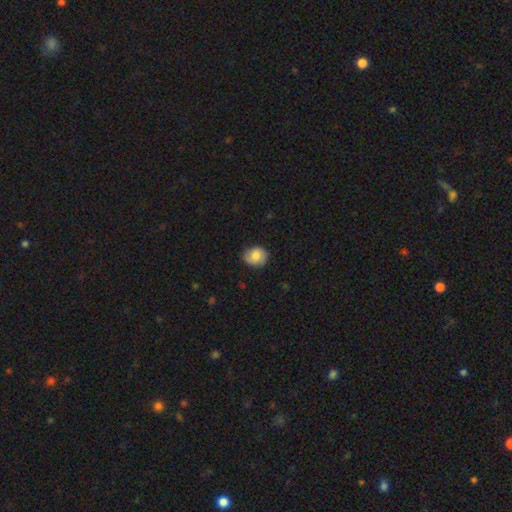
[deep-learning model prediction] smooth_or_featured: smooth (p=0.76) [alt: featured or disk p=0.16]
how_rounded: round (p=0.61) [alt: in between p=0.38]
merging: none (p=0.81) [alt: minor disturbance p=0.15]